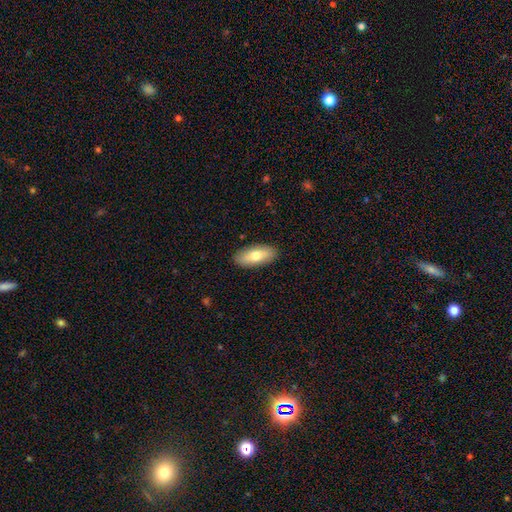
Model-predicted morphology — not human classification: This is likely a smooth galaxy (72%). How rounded: clearly in between (84%). Merging: clearly none (89%).